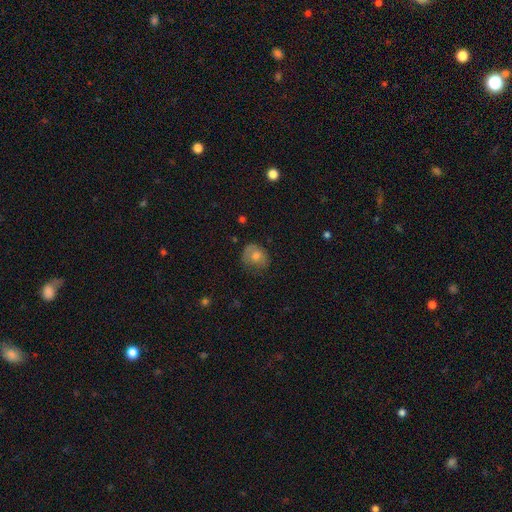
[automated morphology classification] The model was most divided on "how rounded": round: 62%, in between: 37%, cigar-shaped: 1%. More confident: smooth or featured — smooth (60%); merging — none (59%).